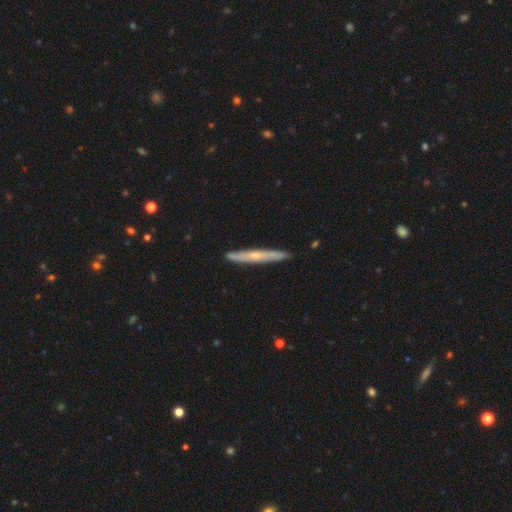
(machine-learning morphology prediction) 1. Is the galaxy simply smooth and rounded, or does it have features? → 56% featured or disk, 38% smooth, 6% star or artifact.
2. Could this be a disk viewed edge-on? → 93% yes, 7% no.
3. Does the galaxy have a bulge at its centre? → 54% rounded, 43% none, 4% boxy.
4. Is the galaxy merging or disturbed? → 89% none, 9% minor disturbance, 1% major disturbance, 1% merger.